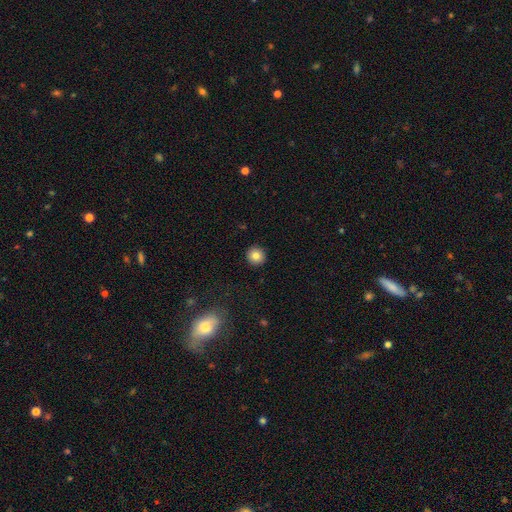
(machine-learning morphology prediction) A smooth galaxy with no disk features (83%) that is round (94%). Merging: none (92%).